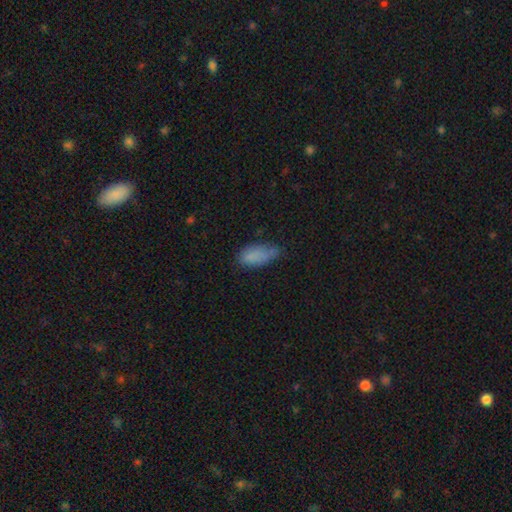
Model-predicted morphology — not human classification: The model was most divided on "merging": none: 48%, minor disturbance: 38%, major disturbance: 11%, merger: 3%. More confident: how rounded — in between (86%); smooth or featured — smooth (82%).